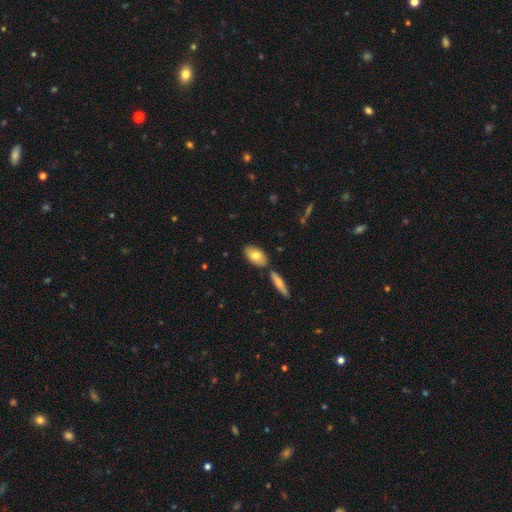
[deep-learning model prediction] smooth_or_featured: smooth (p=0.76) [alt: featured or disk p=0.18]
how_rounded: in between (p=0.91) [alt: cigar-shaped p=0.05]
merging: none (p=0.76) [alt: merger p=0.12]